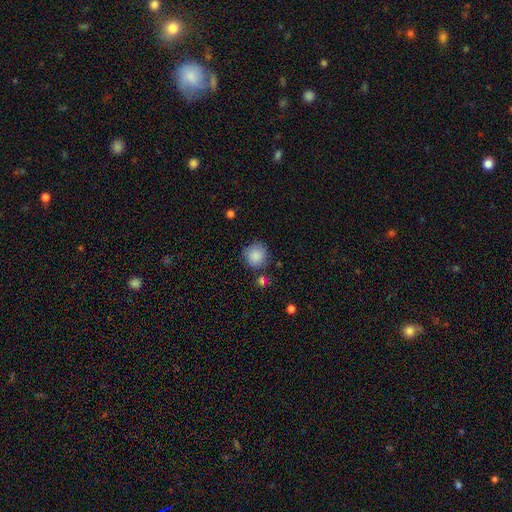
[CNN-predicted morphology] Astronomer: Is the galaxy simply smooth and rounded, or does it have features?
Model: smooth — 87%.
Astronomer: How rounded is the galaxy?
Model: round — 90%.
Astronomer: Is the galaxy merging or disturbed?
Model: none — 76%.